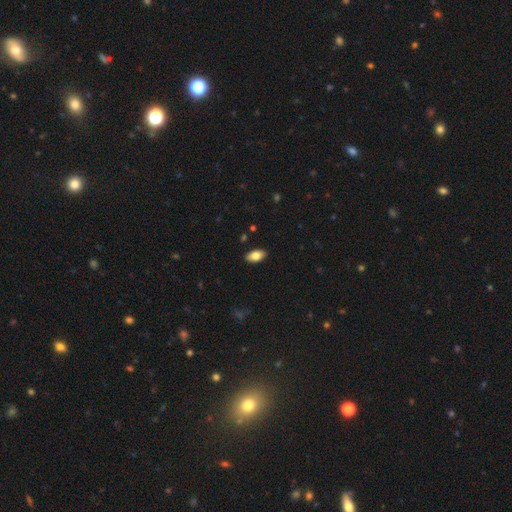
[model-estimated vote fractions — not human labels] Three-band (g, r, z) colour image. It shows a smooth galaxy with no disk features (81%) that is in between round and cigar-shaped (94%). Merging: none (89%).